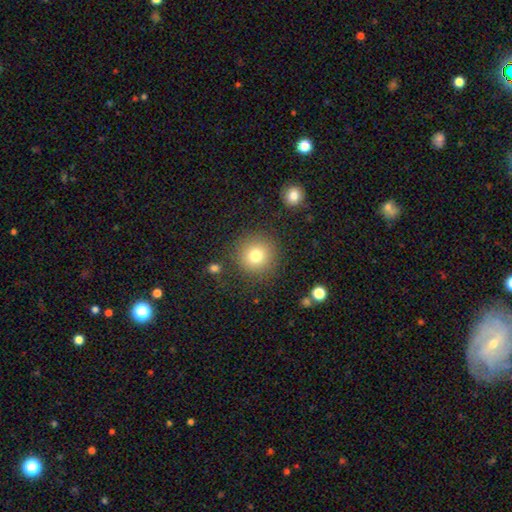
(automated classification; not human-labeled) smooth 79%, star or artifact 12%, featured or disk 9%. Down the decision tree: how rounded — round (94%); merging — none (85%).